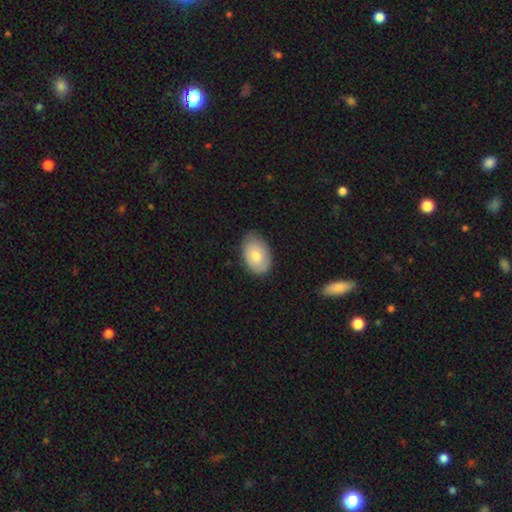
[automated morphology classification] smooth 74%, featured or disk 19%, star or artifact 6%. Down the decision tree: how rounded — in between (88%); merging — none (74%).